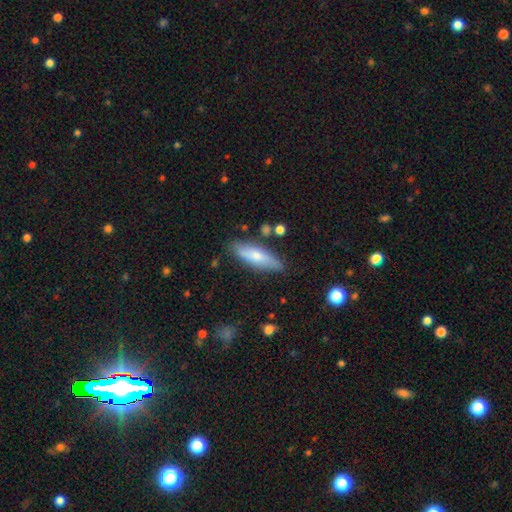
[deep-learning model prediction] A smooth galaxy with no disk features (64%) that is cigar-shaped (51%). Merging: none (80%).